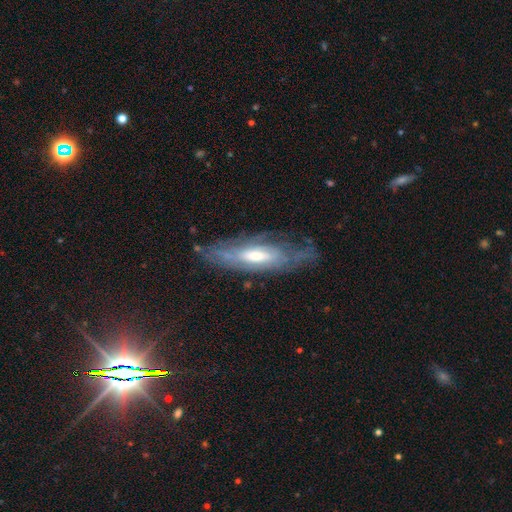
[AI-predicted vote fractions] A featured or disk galaxy (67%).

Vote fractions:
- Smooth or featured? featured or disk: 67% / smooth: 20% / star or artifact: 12%
- Edge-on disk? no: 62% / yes: 38%
- Merging? none: 70% / minor disturbance: 20% / major disturbance: 8% / merger: 1%